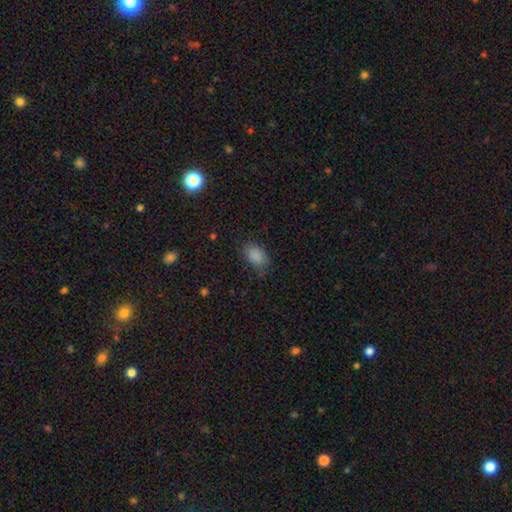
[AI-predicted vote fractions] Morphology: type=smooth (86%); roundness=in between (86%); merging=none (74%).